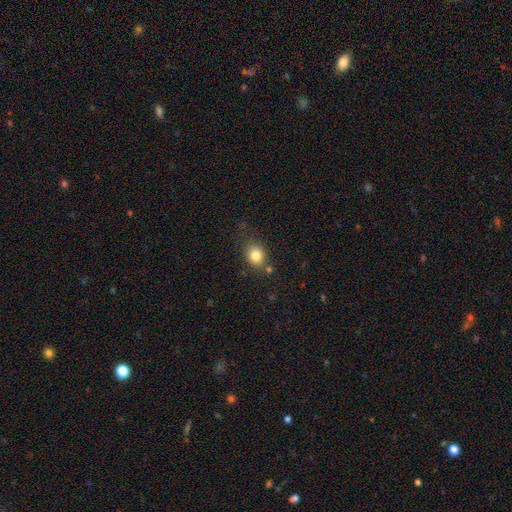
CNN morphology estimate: The model was most divided on "how rounded": round: 66%, in between: 33%, cigar-shaped: 1%. More confident: smooth or featured — smooth (81%); merging — none (74%).